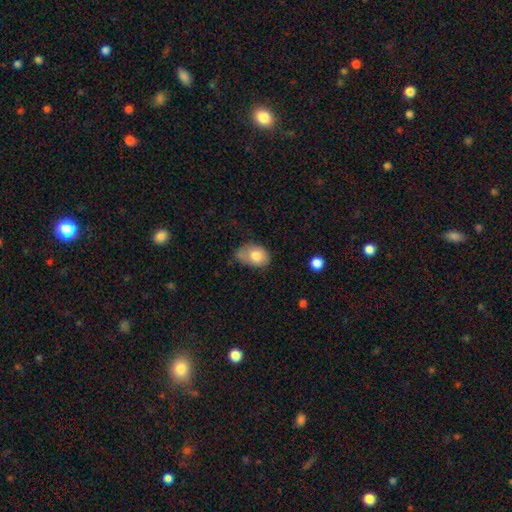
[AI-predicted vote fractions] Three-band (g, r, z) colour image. It shows a smooth galaxy with no disk features (77%) that is in between round and cigar-shaped (83%). Merging: none (45%).